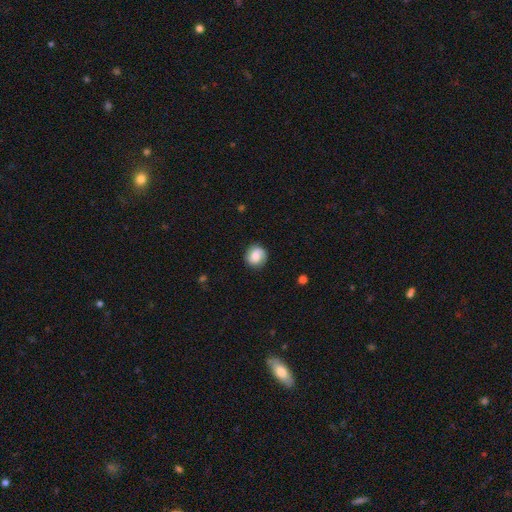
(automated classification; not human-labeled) This appears to be a smooth galaxy with no disk features (61%) that is round (86%). Merging: none (80%).